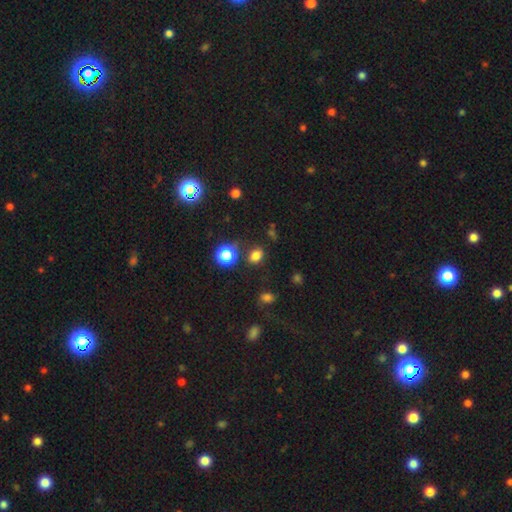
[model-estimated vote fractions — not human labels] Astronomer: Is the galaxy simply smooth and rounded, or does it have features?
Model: smooth — 75%.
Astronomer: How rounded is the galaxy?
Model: in between — 65%.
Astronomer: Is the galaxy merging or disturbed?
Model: none — 76%.